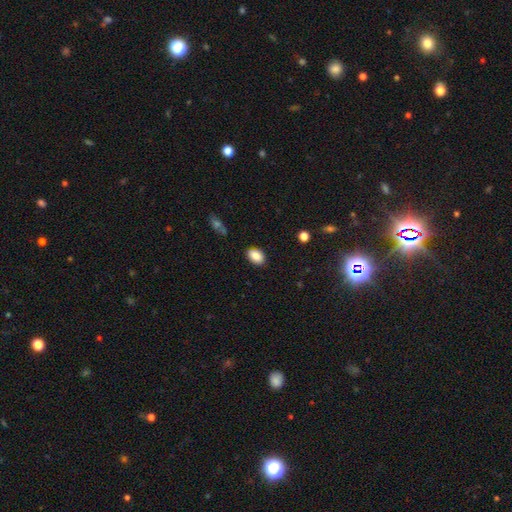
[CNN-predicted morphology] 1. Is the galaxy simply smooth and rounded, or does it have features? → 86% smooth, 8% star or artifact, 6% featured or disk.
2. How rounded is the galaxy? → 88% in between, 11% round, 1% cigar-shaped.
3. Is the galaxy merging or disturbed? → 86% none, 10% minor disturbance, 2% major disturbance, 1% merger.